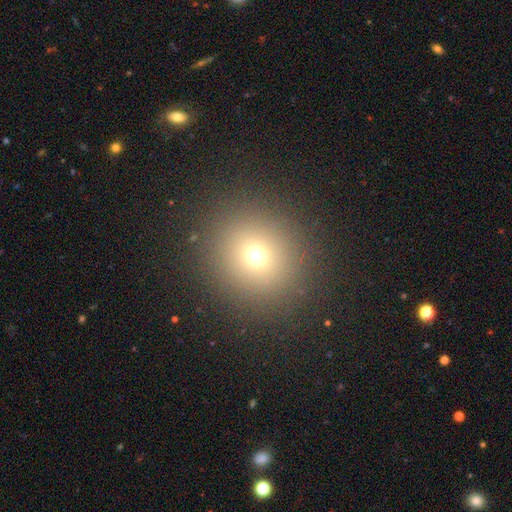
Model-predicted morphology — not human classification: Smooth or featured? Predicted: smooth (p=0.69). How rounded? Predicted: round (p=0.88). Merging? Predicted: none (p=0.89).